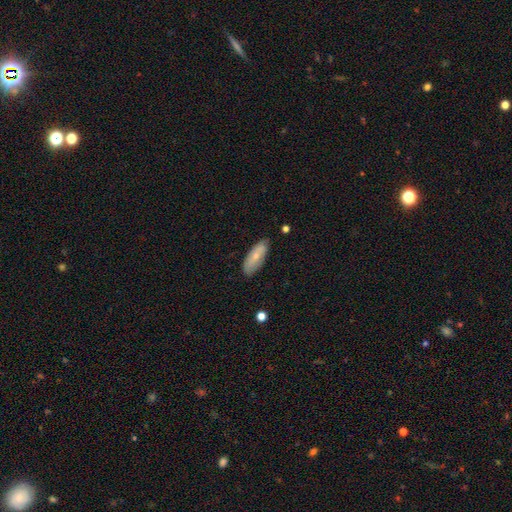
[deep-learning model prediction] The model was most divided on "how rounded": in between: 69%, cigar-shaped: 29%, round: 2%. More confident: merging — none (80%); smooth or featured — smooth (69%).